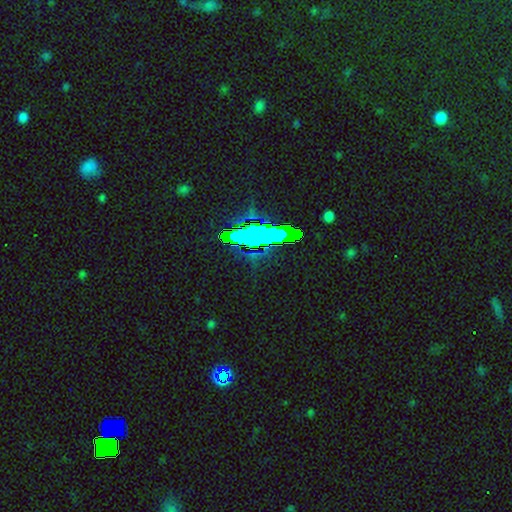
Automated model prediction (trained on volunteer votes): smooth_or_featured: star or artifact (p=0.66) [alt: smooth p=0.19]